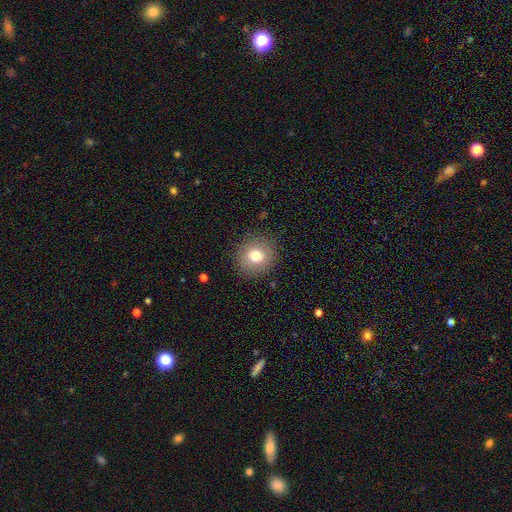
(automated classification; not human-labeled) This appears to be a smooth galaxy with no disk features (77%) that is round (85%). Merging: none (88%).